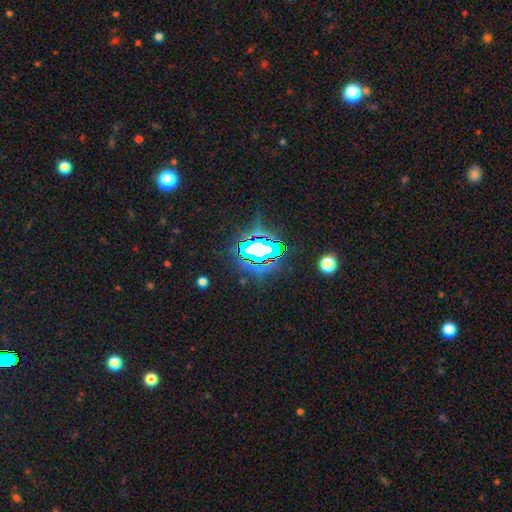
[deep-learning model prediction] Q: Smooth or featured?
A: star or artifact (74%); runner-up: smooth (15%)